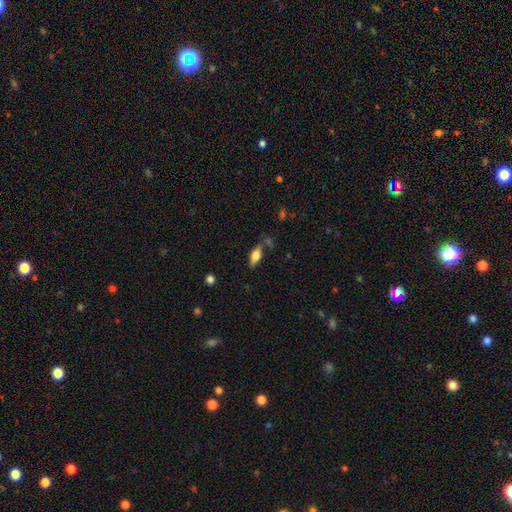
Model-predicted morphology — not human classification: This is likely a smooth galaxy (60%). How rounded: likely in between (73%). Merging: likely none (70%).